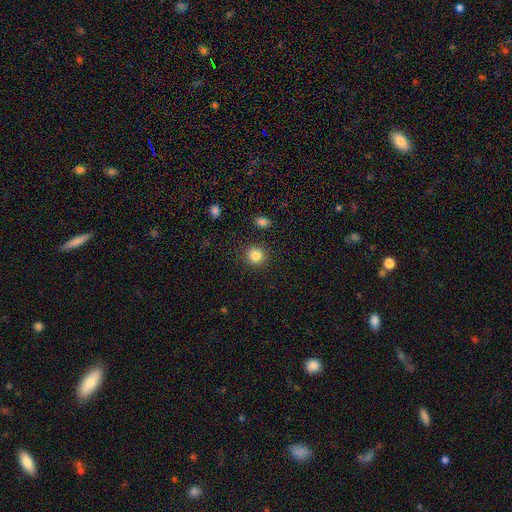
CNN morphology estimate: type=smooth (85%); roundness=round (90%); merging=none (89%).